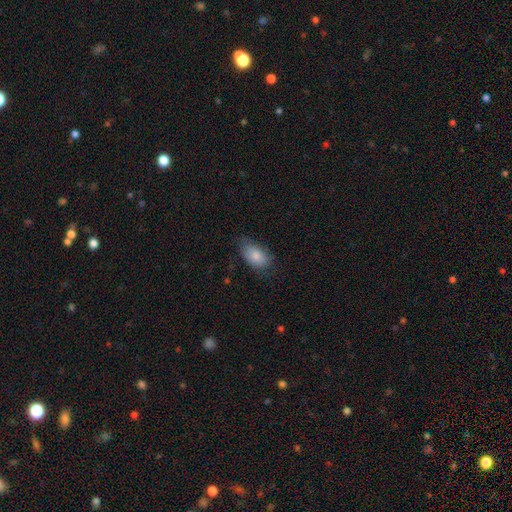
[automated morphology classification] Smooth or featured: smooth — 83% (featured or disk — 10%)
How rounded: in between — 92% (round — 6%)
Merging: none — 66% (minor disturbance — 26%)